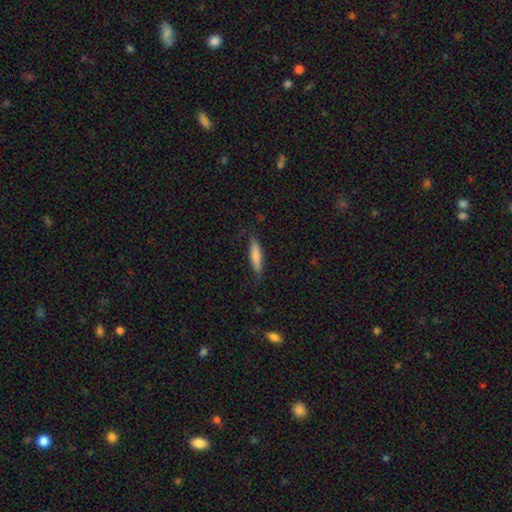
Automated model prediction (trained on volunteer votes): Morphology: type=smooth (78%); roundness=cigar-shaped (74%); merging=none (76%).